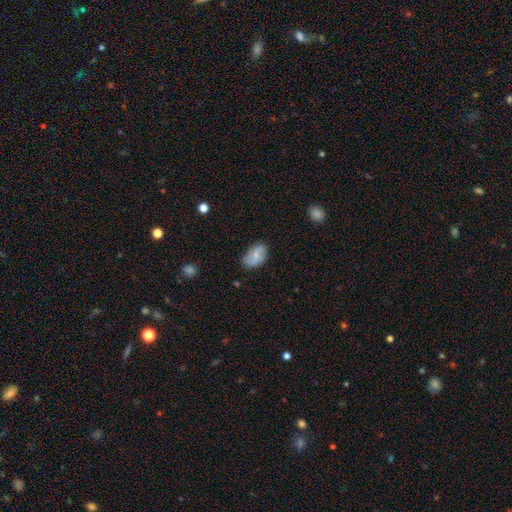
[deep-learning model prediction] Smooth or featured: smooth — 70% (featured or disk — 23%)
How rounded: in between — 91% (round — 8%)
Merging: none — 68% (minor disturbance — 25%)